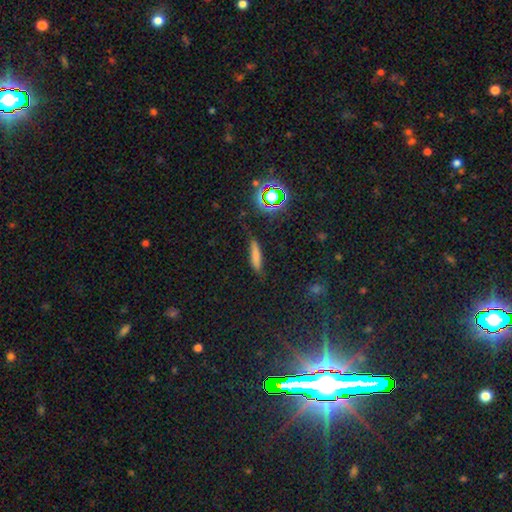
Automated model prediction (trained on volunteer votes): This is likely a smooth galaxy (74%). How rounded: clearly cigar-shaped (80%). Merging: likely none (74%).